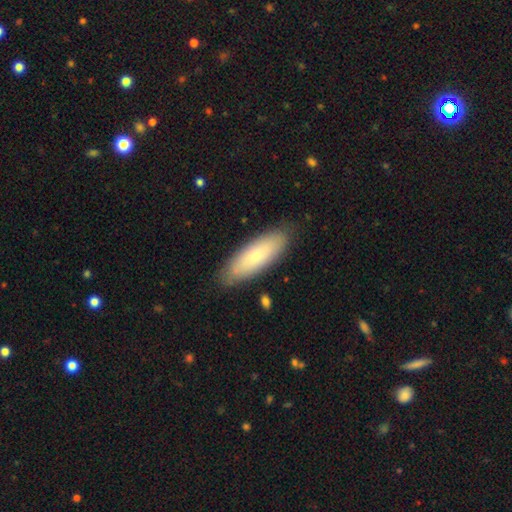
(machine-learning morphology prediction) A smooth galaxy with no disk features (74%) that is in between round and cigar-shaped (58%). Merging: none (86%).